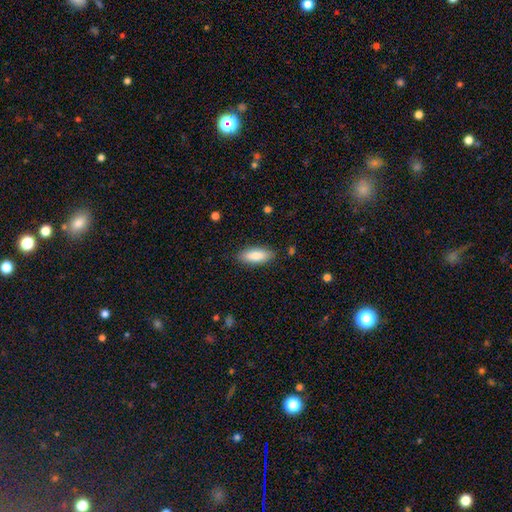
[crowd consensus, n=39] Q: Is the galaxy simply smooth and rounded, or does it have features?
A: smooth — 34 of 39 (87%).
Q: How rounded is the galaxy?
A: in between — 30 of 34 (88%).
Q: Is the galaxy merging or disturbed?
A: none — 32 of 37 (86%).